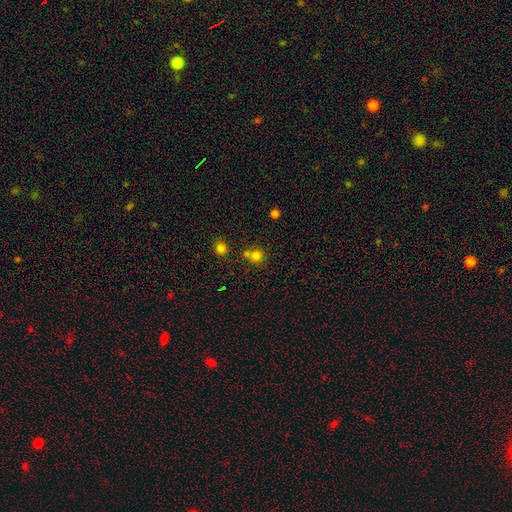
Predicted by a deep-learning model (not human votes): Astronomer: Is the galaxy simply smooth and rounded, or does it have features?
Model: smooth — 76%.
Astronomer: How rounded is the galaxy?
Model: round — 89%.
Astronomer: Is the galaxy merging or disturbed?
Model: none — 59%.